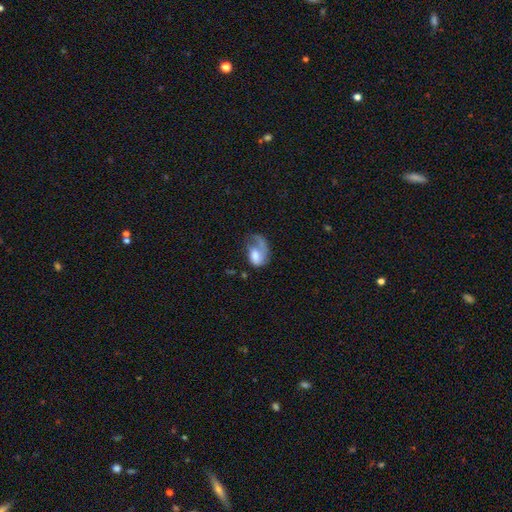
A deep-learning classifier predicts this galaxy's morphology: The model was most divided on "smooth or featured": featured or disk: 55%, smooth: 38%, star or artifact: 7%. Remaining: edge-on disk — no (97%); spiral arms — yes (78%); bar — no (66%); merging — major disturbance (49%); bulge size — moderate (41%).